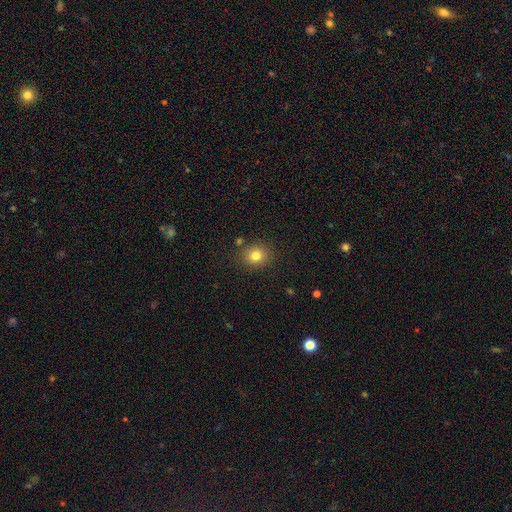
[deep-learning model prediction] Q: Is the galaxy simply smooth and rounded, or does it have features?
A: smooth — 79%.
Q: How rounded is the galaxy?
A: round — 75%.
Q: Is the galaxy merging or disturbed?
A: none — 85%.